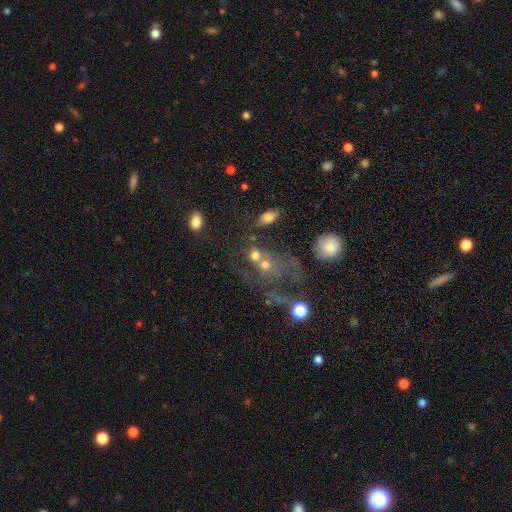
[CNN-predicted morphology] Smooth or featured? smooth (62%)
How rounded? round (63%)
Merging? merger (42%)